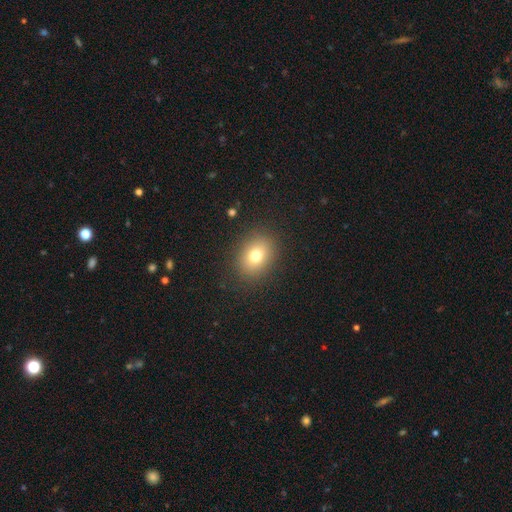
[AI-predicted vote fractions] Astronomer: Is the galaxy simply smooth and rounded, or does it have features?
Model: smooth — 76%.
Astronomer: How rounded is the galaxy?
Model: in between — 56% (runner-up: round, 43%).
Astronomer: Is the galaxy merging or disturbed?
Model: none — 88%.